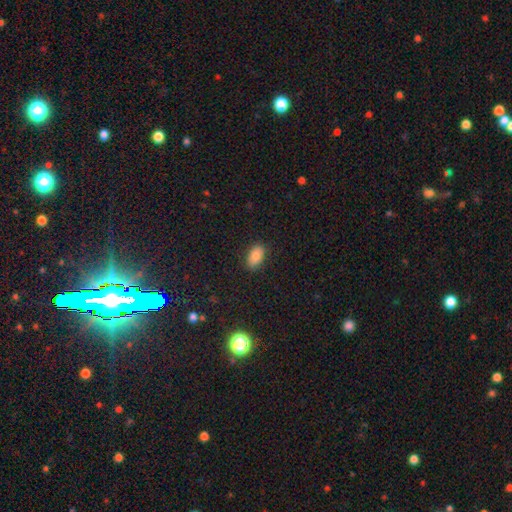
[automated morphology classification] smooth_or_featured: smooth (p=0.85) [alt: star or artifact p=0.09]
how_rounded: in between (p=0.92) [alt: round p=0.06]
merging: none (p=0.86) [alt: minor disturbance p=0.10]